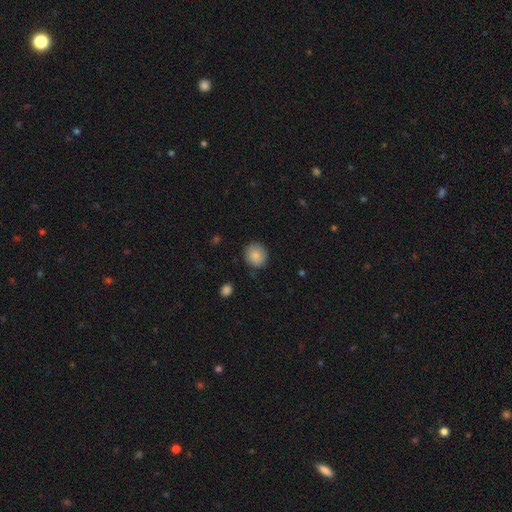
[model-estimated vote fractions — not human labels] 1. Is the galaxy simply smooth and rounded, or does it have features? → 87% smooth, 8% star or artifact, 5% featured or disk.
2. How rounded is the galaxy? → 85% round, 14% in between, 1% cigar-shaped.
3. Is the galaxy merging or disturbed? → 87% none, 10% minor disturbance, 2% major disturbance, 1% merger.